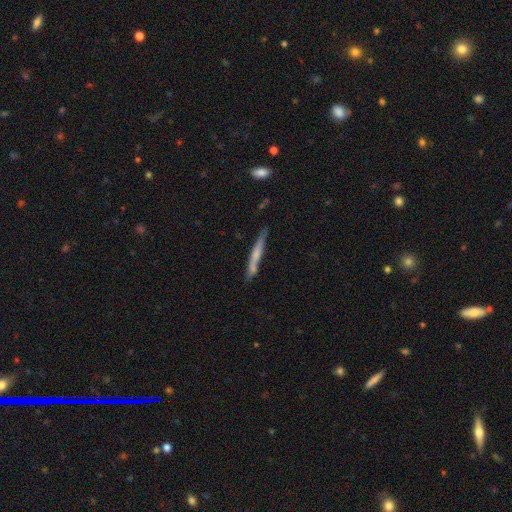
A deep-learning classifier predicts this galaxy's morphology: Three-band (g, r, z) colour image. It shows a smooth galaxy with no disk features (50%). Merging: none (76%).